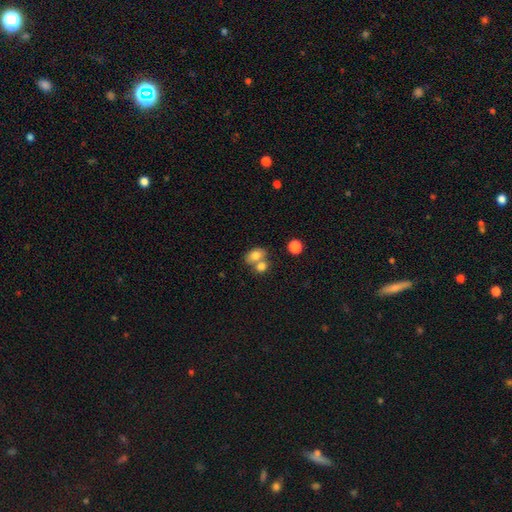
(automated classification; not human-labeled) smooth-or-featured: smooth: 77% | featured or disk: 13% | star or artifact: 10%
  how-rounded: in between: 71% | round: 28% | cigar-shaped: 1%
  merging: merger: 50% | none: 36% | minor disturbance: 10% | major disturbance: 4%